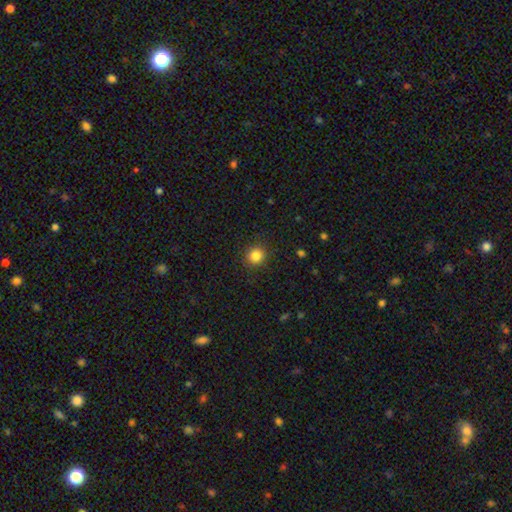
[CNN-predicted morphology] The model was most divided on "smooth or featured": smooth: 84%, star or artifact: 11%, featured or disk: 4%. More confident: how rounded — round (90%); merging — none (90%).